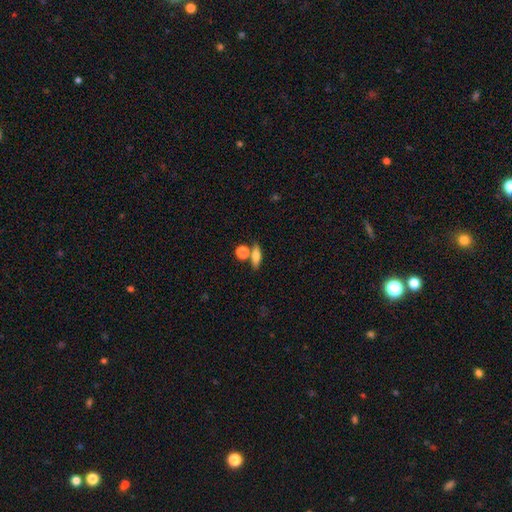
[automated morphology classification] Overall: smooth (70%). How rounded: in between (50%; cigar-shaped 35%). Merging: none (63%).